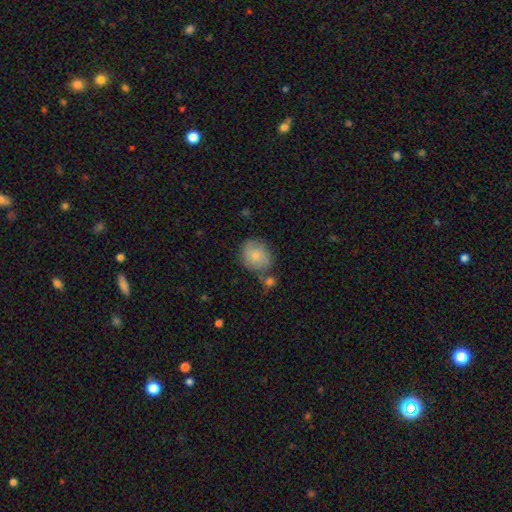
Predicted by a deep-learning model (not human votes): A smooth galaxy with no disk features (72%) that is round (71%). Merging: none (57%).